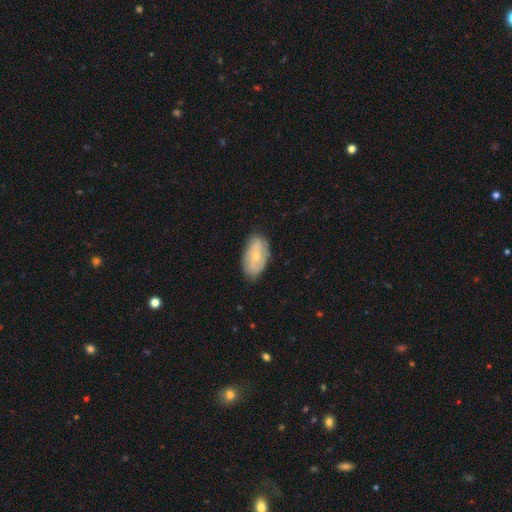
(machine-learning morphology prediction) A smooth galaxy with no disk features (49%).

Vote fractions:
- Smooth or featured? smooth: 49% / featured or disk: 44% / star or artifact: 7%
- Merging? none: 78% / minor disturbance: 17% / major disturbance: 4% / merger: 1%